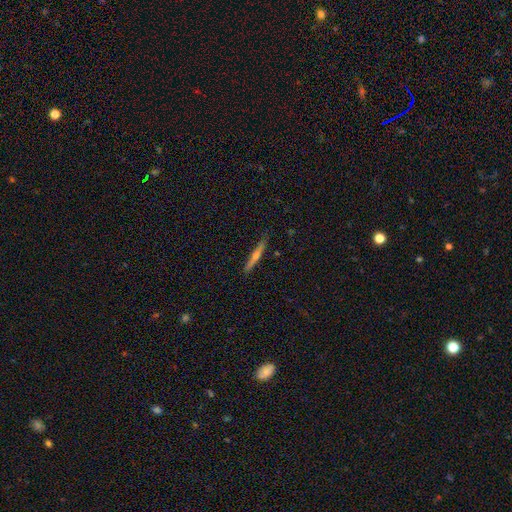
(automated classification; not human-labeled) Smooth or featured? featured or disk (61%)
Edge-on disk? yes (97%)
Edge-on bulge? rounded (80%)
Merging? none (88%)